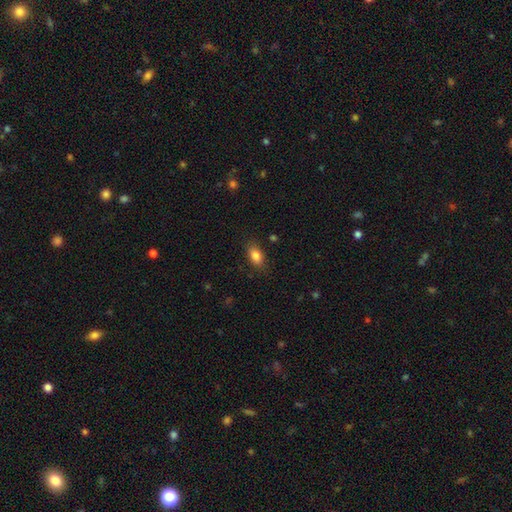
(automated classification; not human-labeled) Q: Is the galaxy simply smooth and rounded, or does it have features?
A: smooth — 85%.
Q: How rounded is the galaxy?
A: in between — 88%.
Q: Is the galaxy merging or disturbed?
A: none — 84%.